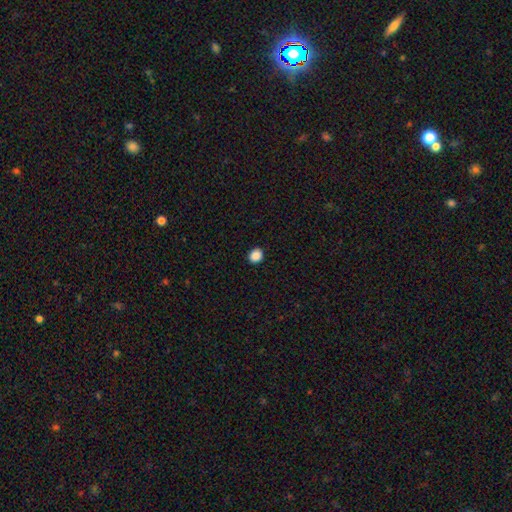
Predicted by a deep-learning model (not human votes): smooth-or-featured: smooth: 88% | star or artifact: 10% | featured or disk: 2%
  how-rounded: round: 79% | in between: 20% | cigar-shaped: 1%
  merging: none: 92% | minor disturbance: 5% | major disturbance: 2% | merger: 1%